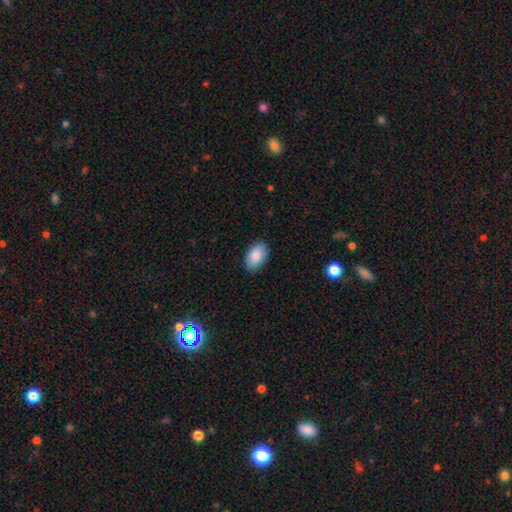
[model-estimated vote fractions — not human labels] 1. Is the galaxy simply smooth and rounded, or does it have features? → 87% smooth, 7% star or artifact, 7% featured or disk.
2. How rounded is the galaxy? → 91% in between, 7% round, 1% cigar-shaped.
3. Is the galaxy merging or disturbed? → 85% none, 12% minor disturbance, 2% major disturbance, 1% merger.